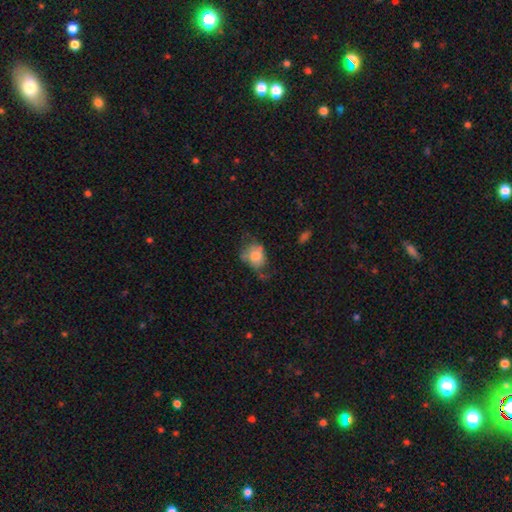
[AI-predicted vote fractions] A smooth galaxy with no disk features (71%) that is in between round and cigar-shaped (53%).

Vote fractions:
- Smooth or featured? smooth: 71% / featured or disk: 20% / star or artifact: 9%
- How rounded? in between: 53% / round: 46% / cigar-shaped: 1%
- Merging? none: 37% / minor disturbance: 33% / major disturbance: 25% / merger: 5%